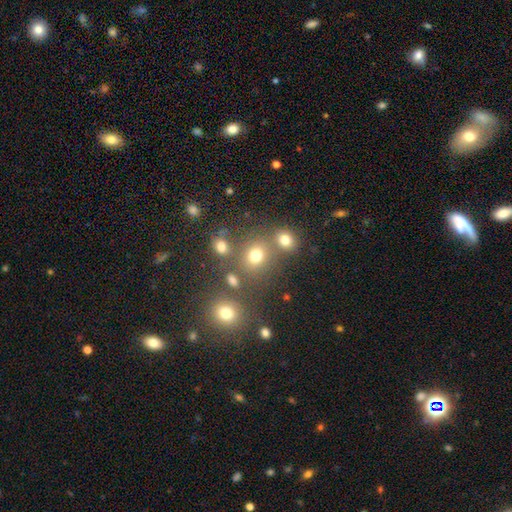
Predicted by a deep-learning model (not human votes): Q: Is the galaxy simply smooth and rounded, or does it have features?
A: smooth — 71%.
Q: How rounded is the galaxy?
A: round — 72%.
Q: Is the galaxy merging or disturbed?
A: none — 62%.